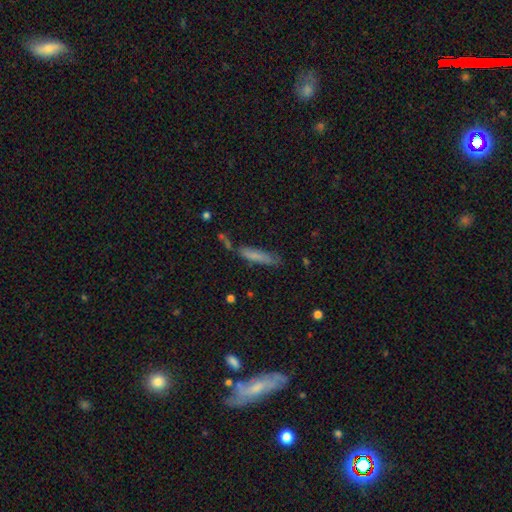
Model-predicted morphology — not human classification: Smooth or featured: smooth — 70% (featured or disk — 22%)
How rounded: cigar-shaped — 86% (in between — 13%)
Merging: none — 64% (minor disturbance — 22%)